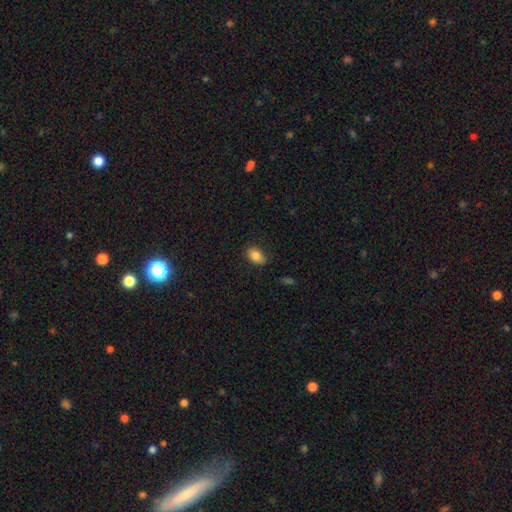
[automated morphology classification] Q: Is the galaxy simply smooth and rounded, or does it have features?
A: smooth — 84%.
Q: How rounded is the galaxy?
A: in between — 86%.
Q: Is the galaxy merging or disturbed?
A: none — 84%.